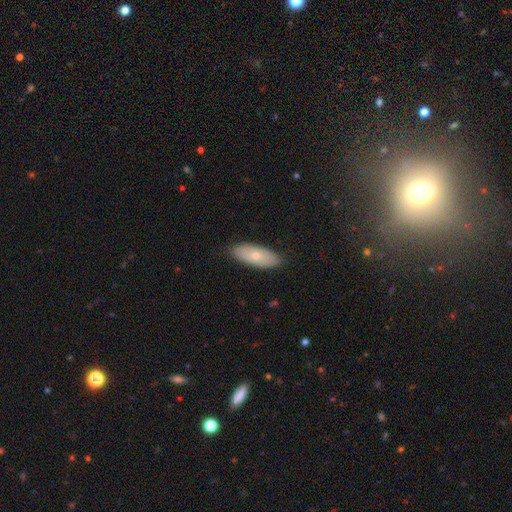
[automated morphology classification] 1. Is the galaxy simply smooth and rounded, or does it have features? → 69% smooth, 25% featured or disk, 6% star or artifact.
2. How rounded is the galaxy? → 80% in between, 17% cigar-shaped, 3% round.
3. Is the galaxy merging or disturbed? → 87% none, 10% minor disturbance, 2% major disturbance, 1% merger.